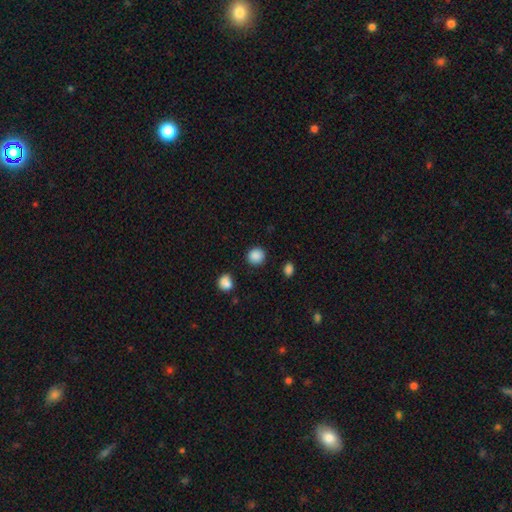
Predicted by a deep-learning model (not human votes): The model was most divided on "smooth or featured": smooth: 88%, star or artifact: 10%, featured or disk: 3%. More confident: how rounded — round (90%); merging — none (87%).